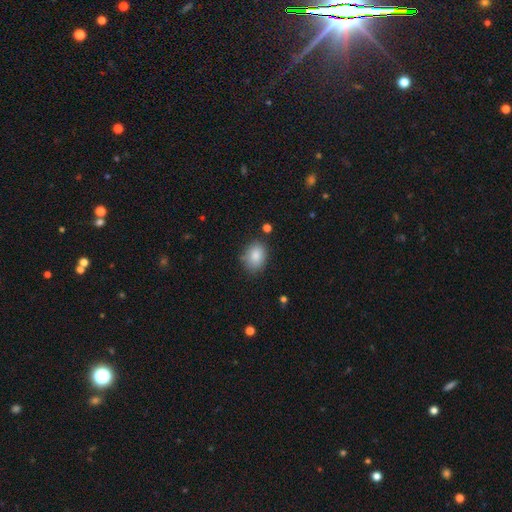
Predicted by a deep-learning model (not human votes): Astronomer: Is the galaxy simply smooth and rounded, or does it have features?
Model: smooth — 86%.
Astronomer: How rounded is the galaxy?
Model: in between — 71%.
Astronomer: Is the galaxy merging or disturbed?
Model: none — 78%.